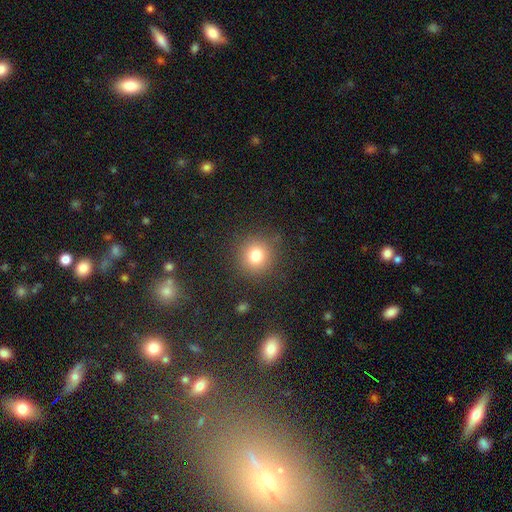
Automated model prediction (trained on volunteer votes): smooth_or_featured: smooth (p=0.79) [alt: star or artifact p=0.13]
how_rounded: round (p=0.92) [alt: in between p=0.08]
merging: none (p=0.87) [alt: minor disturbance p=0.08]